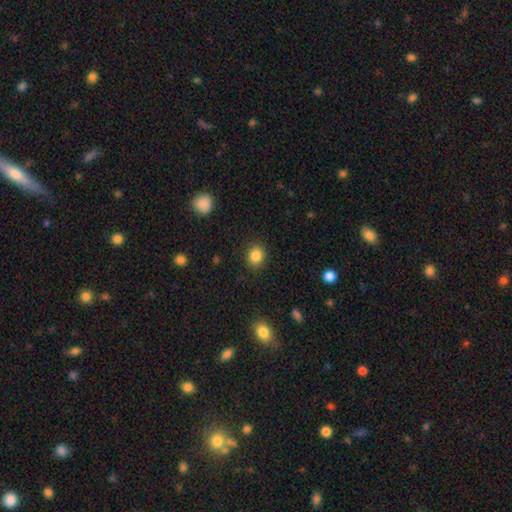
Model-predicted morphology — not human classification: A smooth galaxy with no disk features (86%) that is round (71%).

Vote fractions:
- Smooth or featured? smooth: 86% / star or artifact: 10% / featured or disk: 4%
- How rounded? round: 71% / in between: 28% / cigar-shaped: 1%
- Merging? none: 88% / minor disturbance: 8% / major disturbance: 3% / merger: 1%